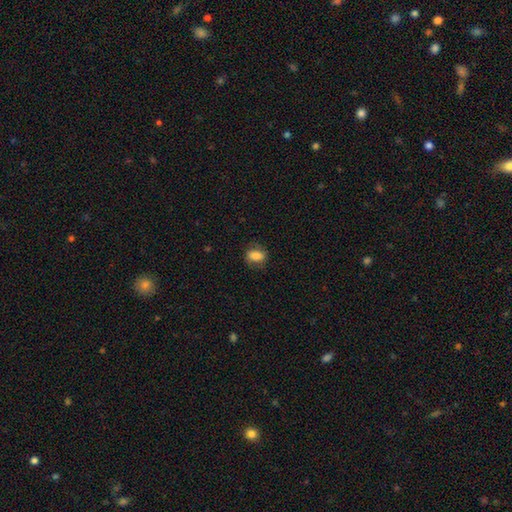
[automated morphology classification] Overall: smooth (81%). How rounded: in between (74%). Merging: none (76%).